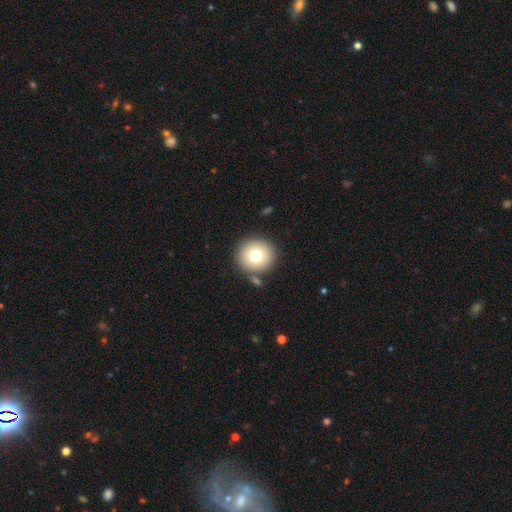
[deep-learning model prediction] A smooth galaxy with no disk features (74%) that is round (91%).

Vote fractions:
- Smooth or featured? smooth: 74% / featured or disk: 15% / star or artifact: 10%
- How rounded? round: 91% / in between: 8% / cigar-shaped: 1%
- Merging? none: 81% / minor disturbance: 8% / merger: 8% / major disturbance: 3%